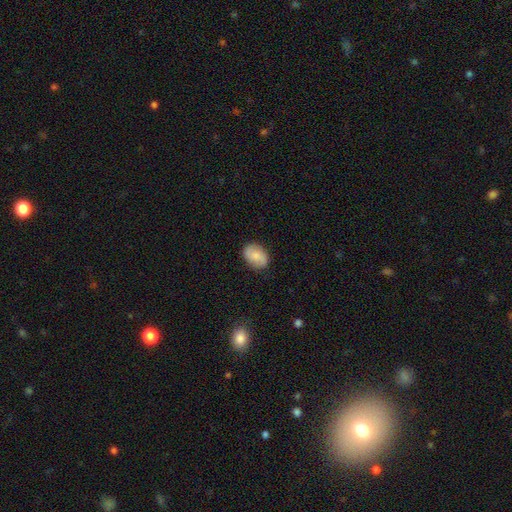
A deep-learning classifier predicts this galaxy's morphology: Smooth or featured? Predicted: smooth (p=0.70). How rounded? Predicted: in between (p=0.78). Merging? Predicted: none (p=0.85).